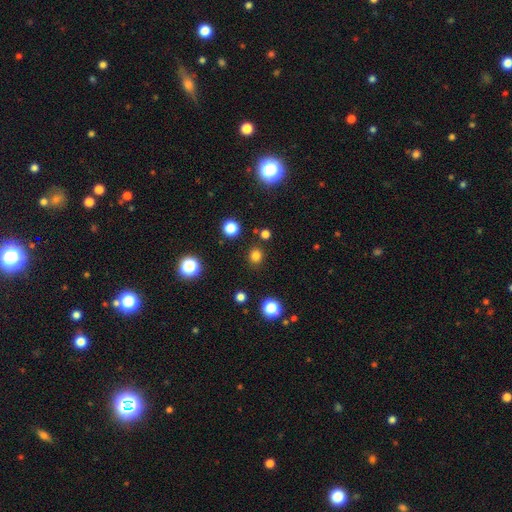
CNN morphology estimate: Overall: smooth (79%). How rounded: round (82%). Merging: none (88%).